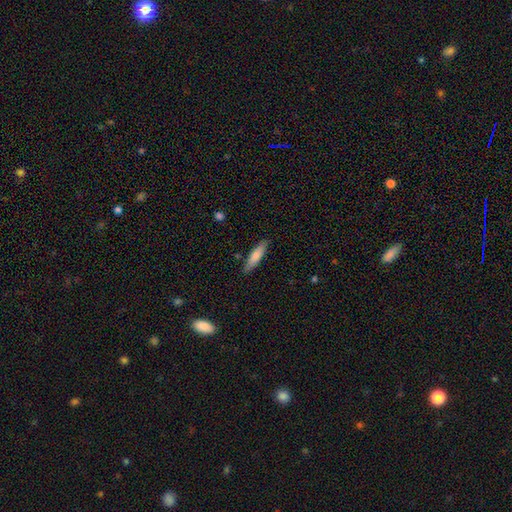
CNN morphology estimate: Smooth or featured: smooth — 76% (featured or disk — 19%)
How rounded: cigar-shaped — 76% (in between — 22%)
Merging: none — 86% (minor disturbance — 10%)